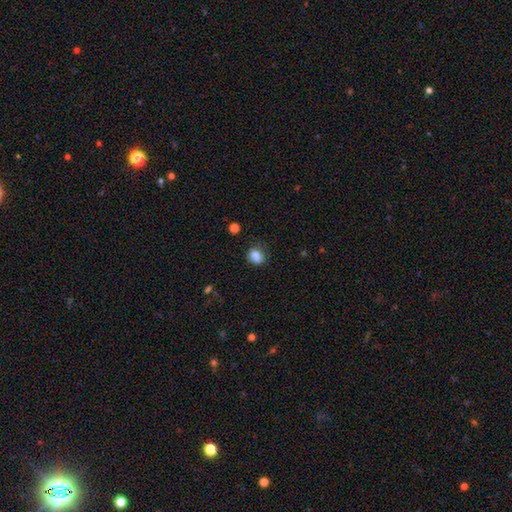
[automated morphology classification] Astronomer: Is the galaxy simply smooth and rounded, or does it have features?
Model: smooth — 84%.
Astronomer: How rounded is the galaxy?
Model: round — 51% (runner-up: in between, 48%).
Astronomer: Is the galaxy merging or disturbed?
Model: none — 73%.